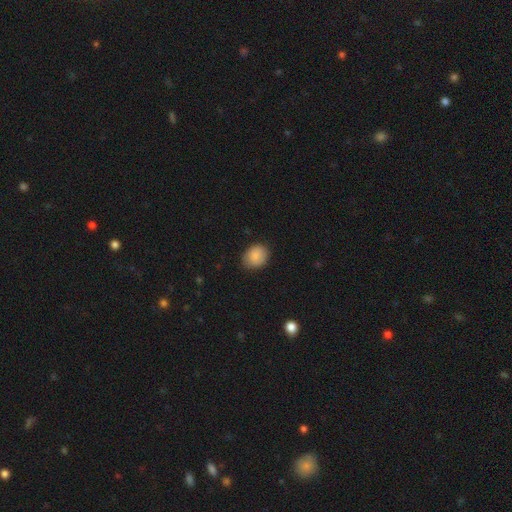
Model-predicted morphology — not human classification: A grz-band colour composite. It shows a smooth galaxy with no disk features (88%) that is round (51%). Merging: none (82%).